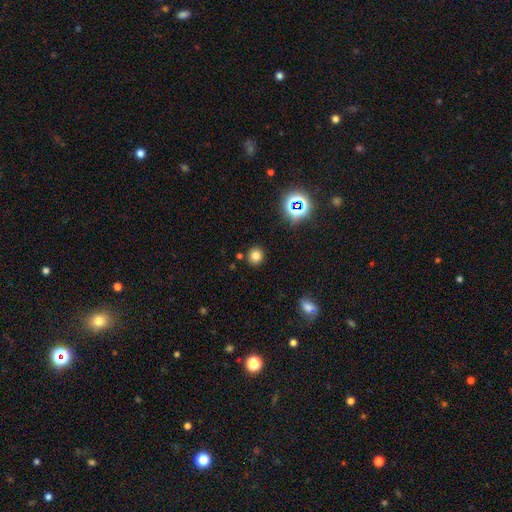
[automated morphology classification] smooth-or-featured: smooth: 76% | star or artifact: 17% | featured or disk: 6%
  how-rounded: round: 89% | in between: 10% | cigar-shaped: 1%
  merging: none: 88% | minor disturbance: 7% | merger: 3% | major disturbance: 2%